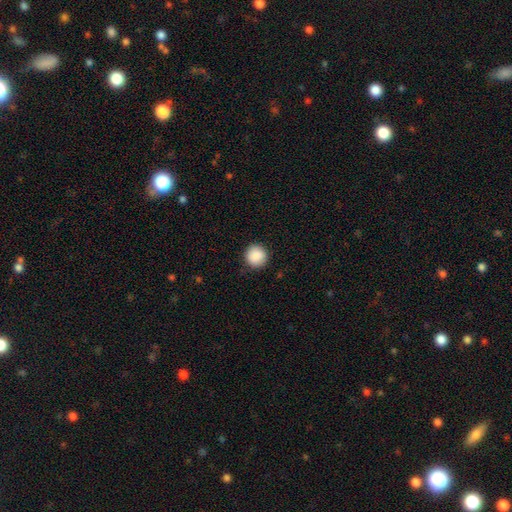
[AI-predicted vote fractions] smooth-or-featured: smooth: 89% | star or artifact: 8% | featured or disk: 3%
  how-rounded: round: 95% | in between: 4% | cigar-shaped: 1%
  merging: none: 90% | minor disturbance: 7% | major disturbance: 2% | merger: 1%